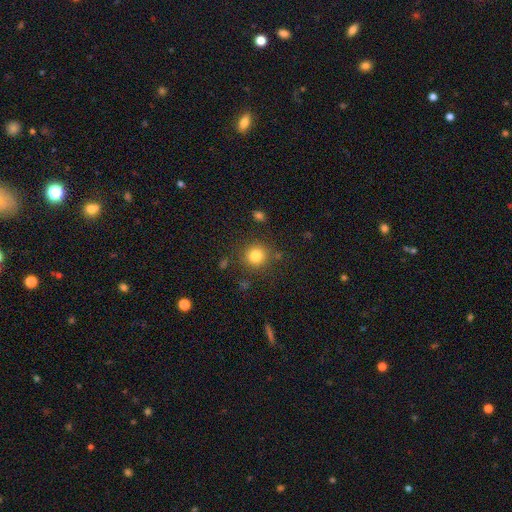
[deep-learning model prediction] Q: Smooth or featured?
A: smooth (82%); runner-up: star or artifact (12%)
Q: How rounded?
A: round (93%); runner-up: in between (7%)
Q: Merging?
A: none (85%); runner-up: minor disturbance (8%)